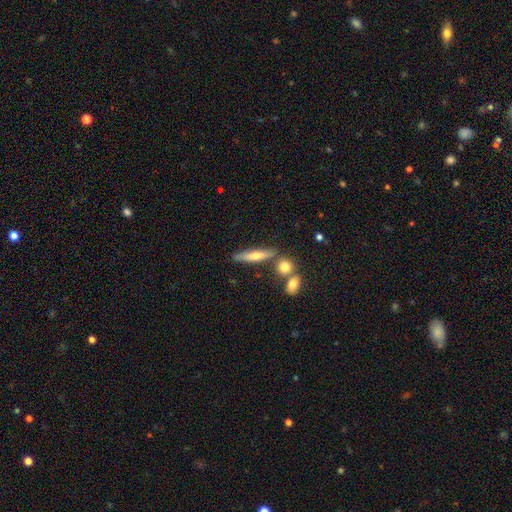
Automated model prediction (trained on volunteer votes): Overall: smooth (52%; featured or disk 40%). How rounded: cigar-shaped (82%). Merging: none (71%).